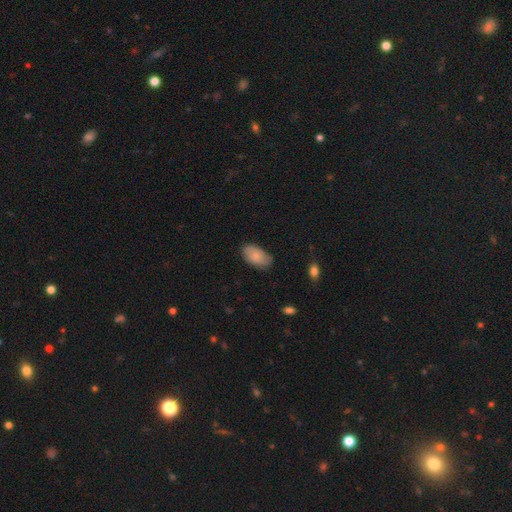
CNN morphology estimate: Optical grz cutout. It shows a smooth galaxy with no disk features (84%) that is in between round and cigar-shaped (94%). Merging: none (77%).